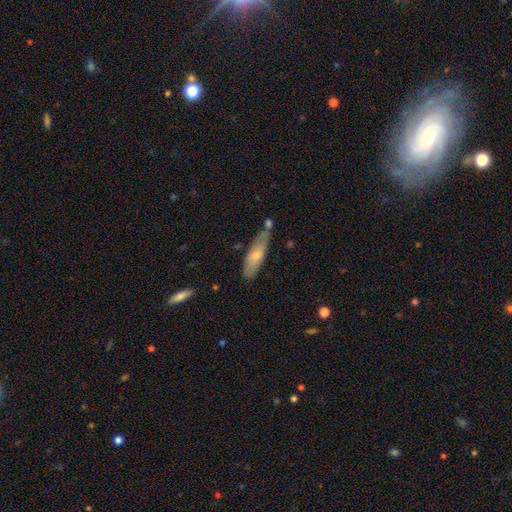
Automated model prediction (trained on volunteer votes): smooth 64%, featured or disk 30%, star or artifact 6%. Down the decision tree: how rounded — cigar-shaped (55%); merging — none (54%).